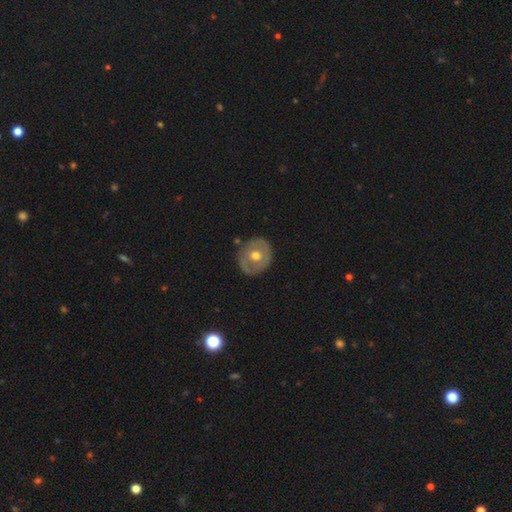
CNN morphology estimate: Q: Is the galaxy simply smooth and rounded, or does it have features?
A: featured or disk — 50%.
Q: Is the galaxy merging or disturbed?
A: none — 81%.